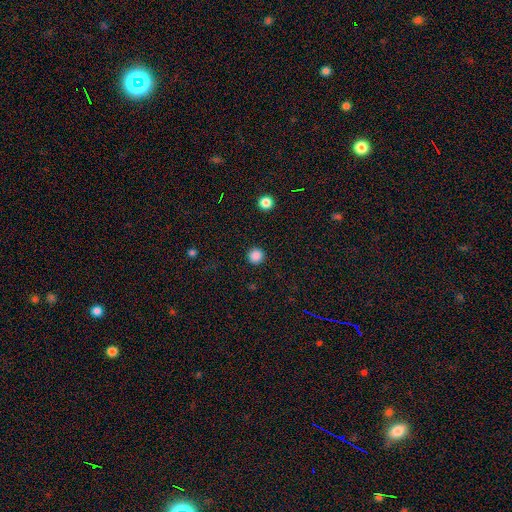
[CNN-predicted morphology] Smooth or featured? Predicted: smooth (p=0.87). How rounded? Predicted: round (p=0.96). Merging? Predicted: none (p=0.93).